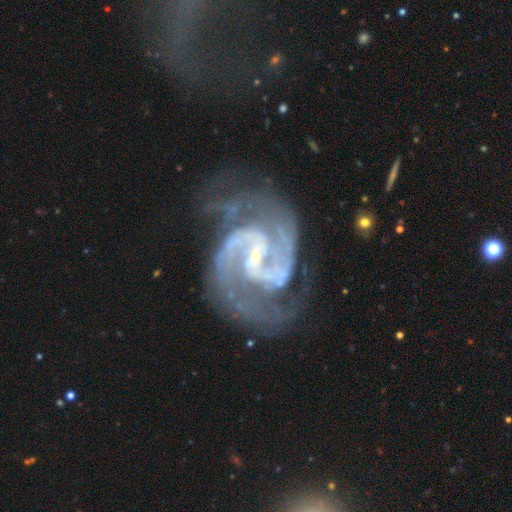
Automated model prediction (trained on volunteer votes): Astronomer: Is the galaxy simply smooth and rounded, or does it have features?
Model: featured or disk — 94%.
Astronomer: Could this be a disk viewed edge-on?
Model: no — 98%.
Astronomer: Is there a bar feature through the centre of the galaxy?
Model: weak — 51% (runner-up: strong, 32%).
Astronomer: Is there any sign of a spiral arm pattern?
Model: yes — 99%.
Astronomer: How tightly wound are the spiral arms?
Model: medium — 62%.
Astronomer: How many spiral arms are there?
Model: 2 — 87%.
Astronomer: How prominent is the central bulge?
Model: small — 74%.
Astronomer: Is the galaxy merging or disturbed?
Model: none — 63%.